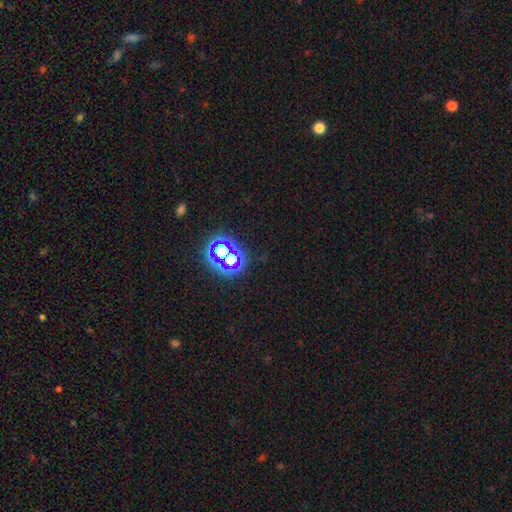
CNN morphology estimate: A star or artifact, not a galaxy (69%).

Vote fractions:
- Smooth or featured? star or artifact: 69% / smooth: 22% / featured or disk: 9%